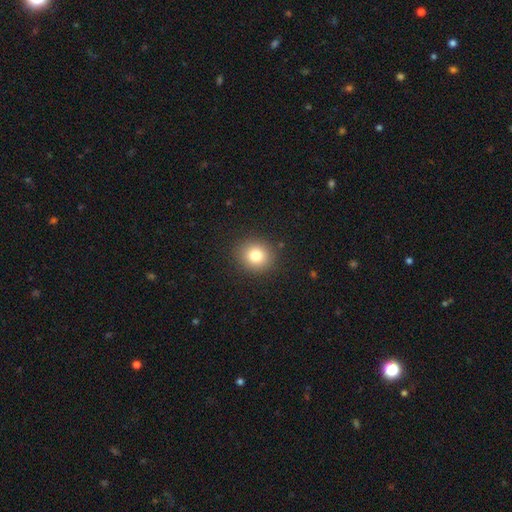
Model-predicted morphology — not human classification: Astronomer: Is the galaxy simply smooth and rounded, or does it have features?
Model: smooth — 80%.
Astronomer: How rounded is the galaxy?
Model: round — 85%.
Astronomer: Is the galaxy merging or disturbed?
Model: none — 90%.